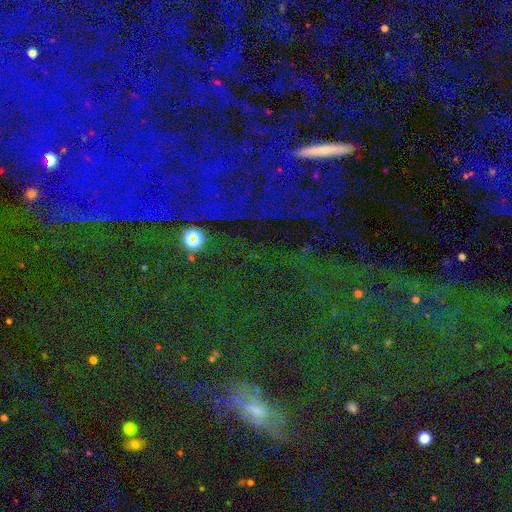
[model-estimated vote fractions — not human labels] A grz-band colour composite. It shows a star or artifact, not a galaxy (71%).